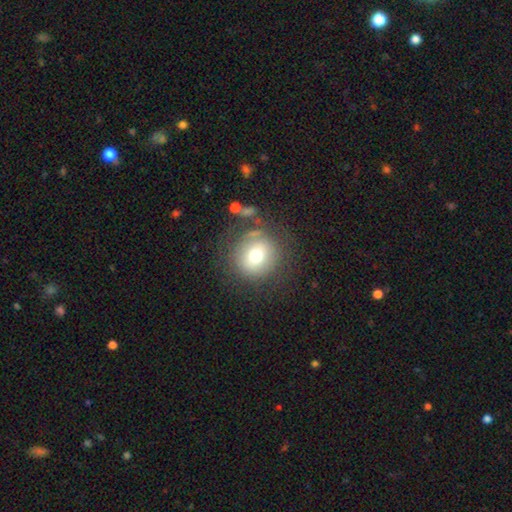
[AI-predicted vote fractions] Smooth or featured? smooth (68%)
How rounded? round (91%)
Merging? none (73%)